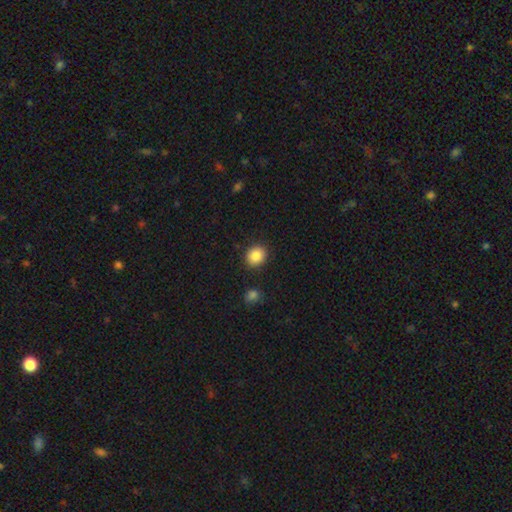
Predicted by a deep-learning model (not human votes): The model was most divided on "how rounded": round: 72%, in between: 27%, cigar-shaped: 1%. More confident: smooth or featured — smooth (87%); merging — none (87%).